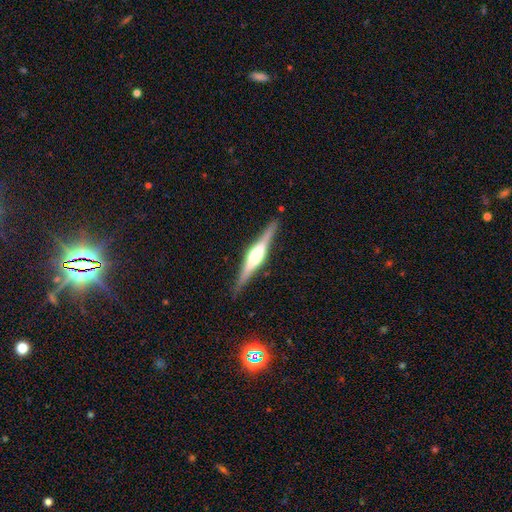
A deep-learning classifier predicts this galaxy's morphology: This is likely a featured or disk galaxy (79%). It is clearly viewed edge-on (98%). Edge-on bulge: likely rounded (80%). Merging: clearly none (88%).